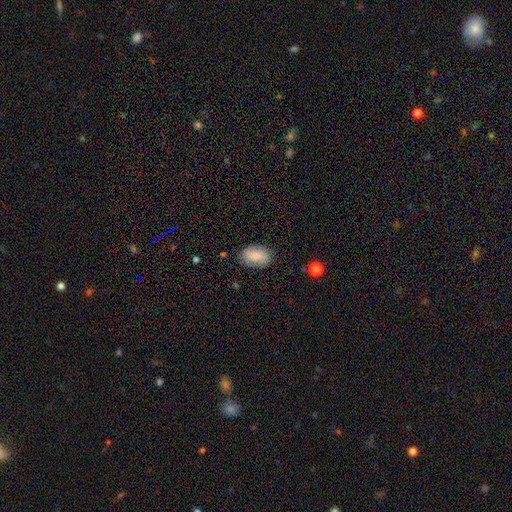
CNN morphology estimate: smooth-or-featured: smooth: 73% | featured or disk: 20% | star or artifact: 7%
  how-rounded: in between: 89% | round: 9% | cigar-shaped: 2%
  merging: none: 80% | minor disturbance: 15% | major disturbance: 4% | merger: 1%